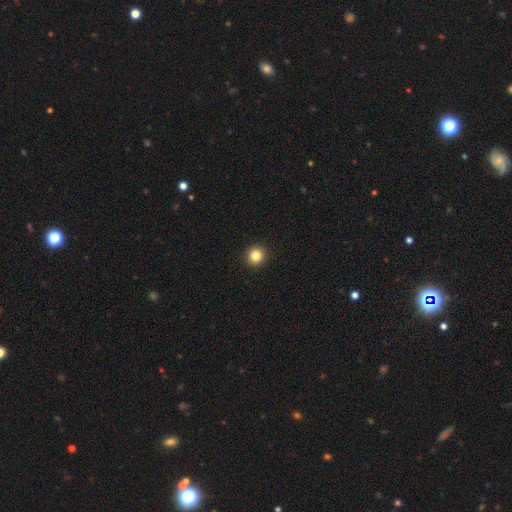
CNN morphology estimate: The model was most divided on "smooth or featured": smooth: 84%, star or artifact: 11%, featured or disk: 5%. More confident: merging — none (94%); how rounded — round (93%).